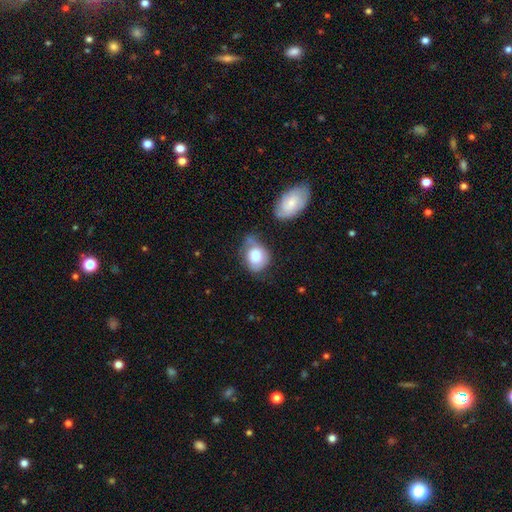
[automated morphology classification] type=smooth (67%); roundness=round (54%); merging=none (39%).